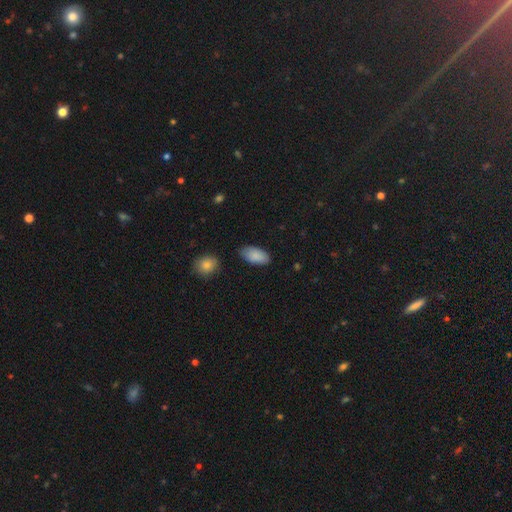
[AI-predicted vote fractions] Q: Smooth or featured?
A: smooth (88%); runner-up: star or artifact (6%)
Q: How rounded?
A: in between (95%); runner-up: cigar-shaped (3%)
Q: Merging?
A: none (82%); runner-up: minor disturbance (13%)